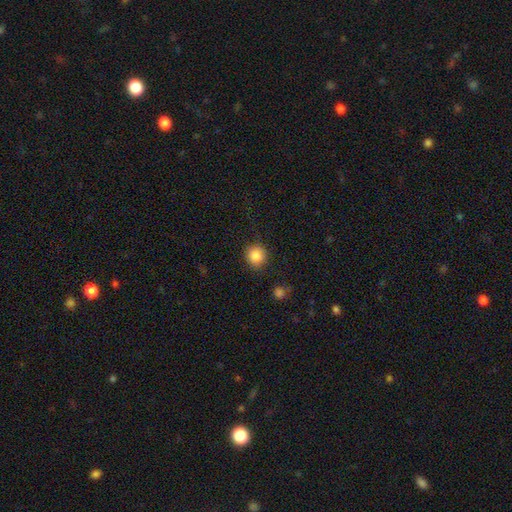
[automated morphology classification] Smooth or featured? smooth (86%)
How rounded? round (90%)
Merging? none (87%)